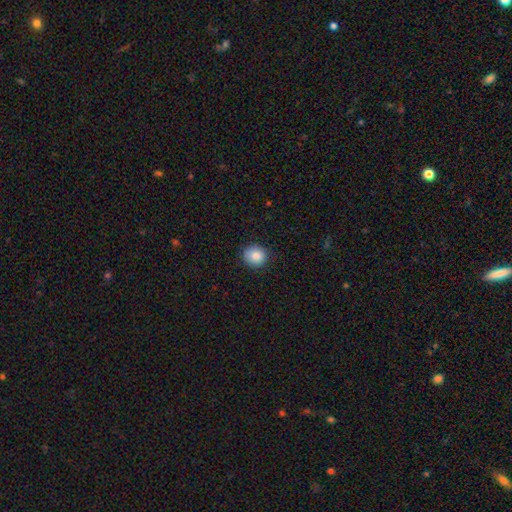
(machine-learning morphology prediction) Smooth or featured: smooth — 85% (star or artifact — 9%)
How rounded: round — 85% (in between — 14%)
Merging: none — 87% (minor disturbance — 9%)